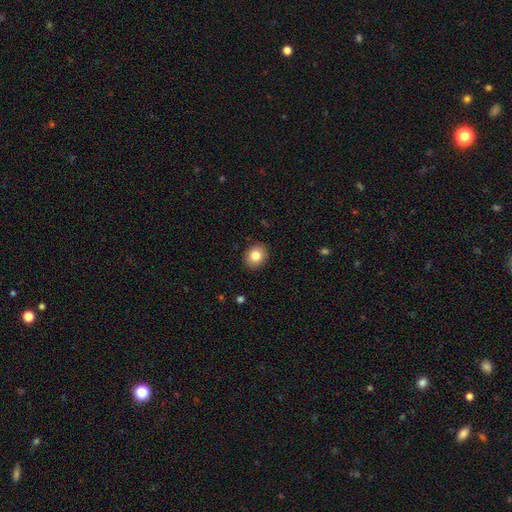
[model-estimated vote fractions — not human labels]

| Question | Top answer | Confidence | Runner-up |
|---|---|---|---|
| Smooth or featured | smooth | 83% | star or artifact (9%) |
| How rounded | round | 56% | in between (43%) |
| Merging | none | 90% | minor disturbance (8%) |